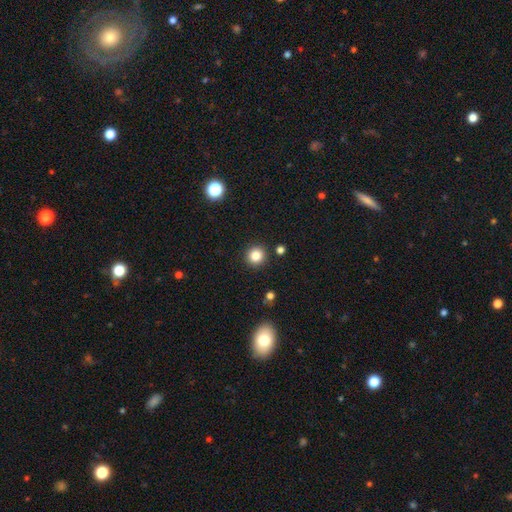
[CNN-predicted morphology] A smooth galaxy with no disk features (83%) that is round (94%).

Vote fractions:
- Smooth or featured? smooth: 83% / star or artifact: 12% / featured or disk: 5%
- How rounded? round: 94% / in between: 6% / cigar-shaped: 1%
- Merging? none: 91% / minor disturbance: 5% / merger: 2% / major disturbance: 2%